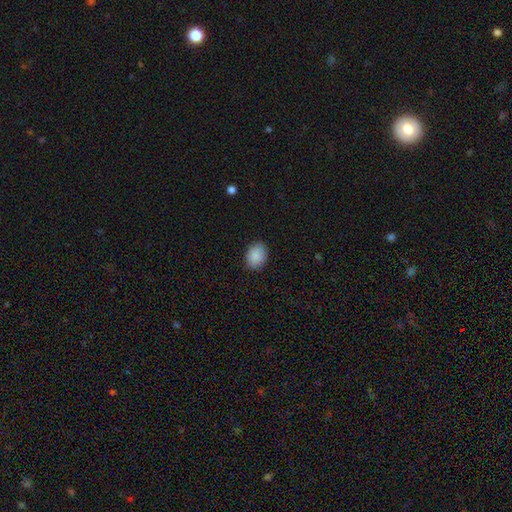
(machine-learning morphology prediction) A smooth galaxy with no disk features (89%) that is in between round and cigar-shaped (61%).

Vote fractions:
- Smooth or featured? smooth: 89% / star or artifact: 7% / featured or disk: 4%
- How rounded? in between: 61% / round: 38% / cigar-shaped: 1%
- Merging? none: 85% / minor disturbance: 11% / major disturbance: 3% / merger: 1%